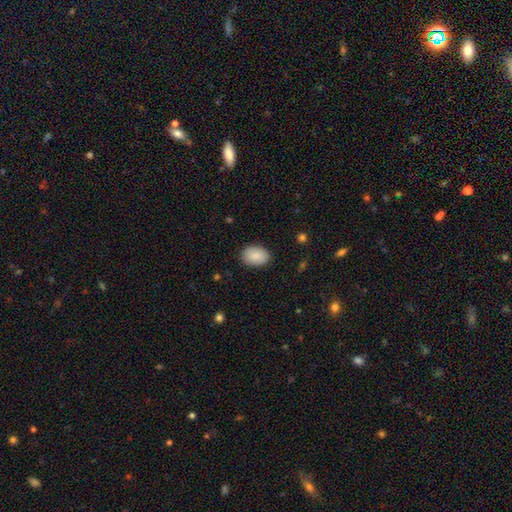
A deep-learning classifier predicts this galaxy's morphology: Smooth or featured? Predicted: smooth (p=0.89). How rounded? Predicted: in between (p=0.84). Merging? Predicted: none (p=0.87).